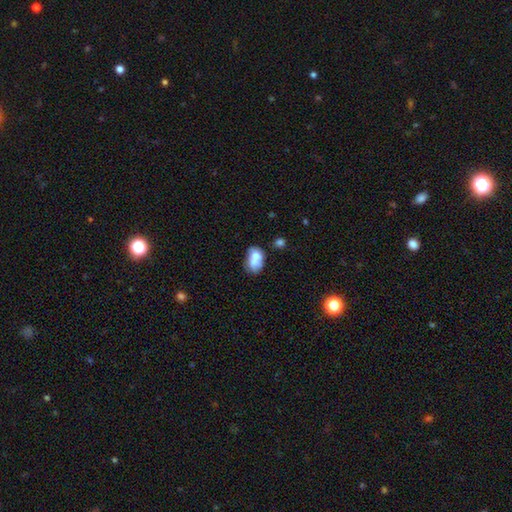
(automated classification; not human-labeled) A smooth galaxy with no disk features (62%) that is in between round and cigar-shaped (71%).

Vote fractions:
- Smooth or featured? smooth: 62% / featured or disk: 28% / star or artifact: 10%
- How rounded? in between: 71% / round: 28% / cigar-shaped: 1%
- Merging? merger: 48% / none: 27% / minor disturbance: 15% / major disturbance: 10%